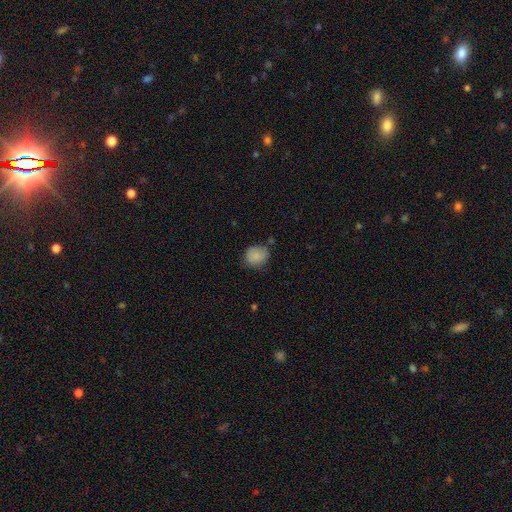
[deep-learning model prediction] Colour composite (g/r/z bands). It shows a smooth galaxy with no disk features (84%) that is round (69%). Merging: none (60%).